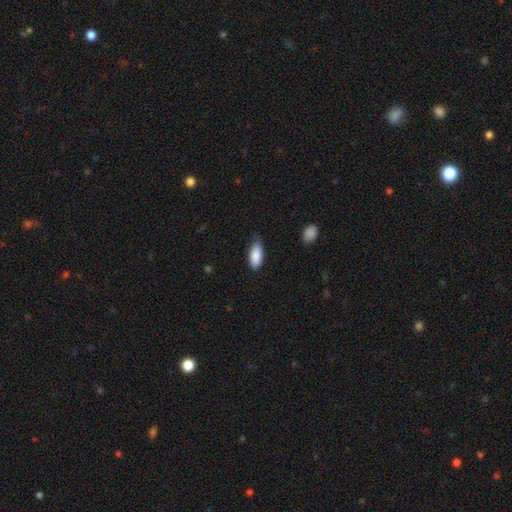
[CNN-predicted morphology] Smooth or featured?
  - smooth: 88% *
  - featured or disk: 6%
  - star or artifact: 6%
How rounded?
  - in between: 85% *
  - cigar-shaped: 13%
  - round: 2%
Merging?
  - none: 65% *
  - minor disturbance: 29%
  - major disturbance: 5%
  - merger: 1%